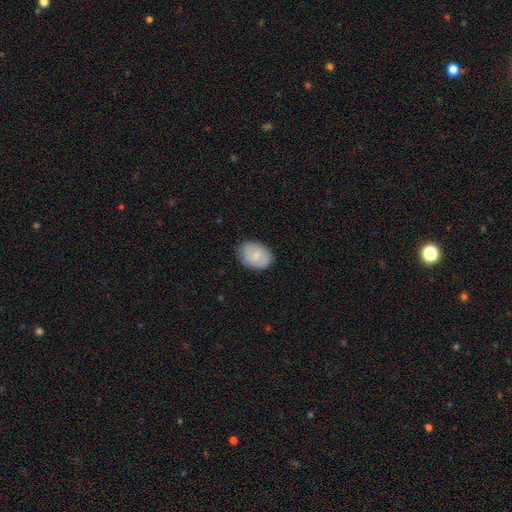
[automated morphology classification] A smooth galaxy with no disk features (79%) that is in between round and cigar-shaped (82%).

Vote fractions:
- Smooth or featured? smooth: 79% / featured or disk: 15% / star or artifact: 6%
- How rounded? in between: 82% / round: 17% / cigar-shaped: 1%
- Merging? none: 82% / minor disturbance: 14% / major disturbance: 3% / merger: 1%